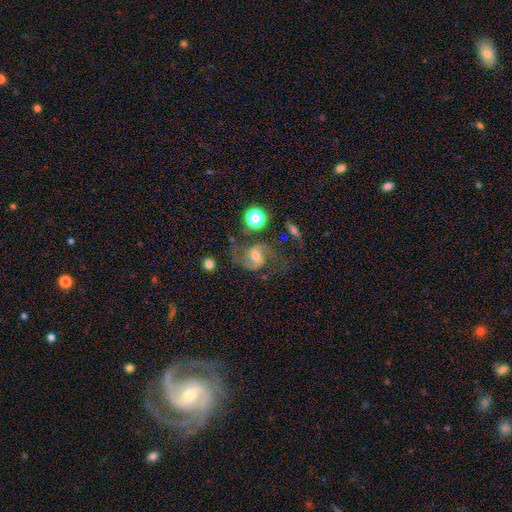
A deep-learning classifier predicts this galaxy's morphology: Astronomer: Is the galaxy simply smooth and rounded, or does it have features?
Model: featured or disk — 81%.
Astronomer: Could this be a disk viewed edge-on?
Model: no — 98%.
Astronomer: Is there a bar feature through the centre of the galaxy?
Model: no — 48% (runner-up: weak, 40%).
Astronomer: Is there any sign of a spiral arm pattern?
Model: yes — 95%.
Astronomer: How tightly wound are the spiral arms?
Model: medium — 55%.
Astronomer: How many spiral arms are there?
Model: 2 — 90%.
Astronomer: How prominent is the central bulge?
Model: moderate — 64%.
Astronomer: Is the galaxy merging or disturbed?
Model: none — 66%.